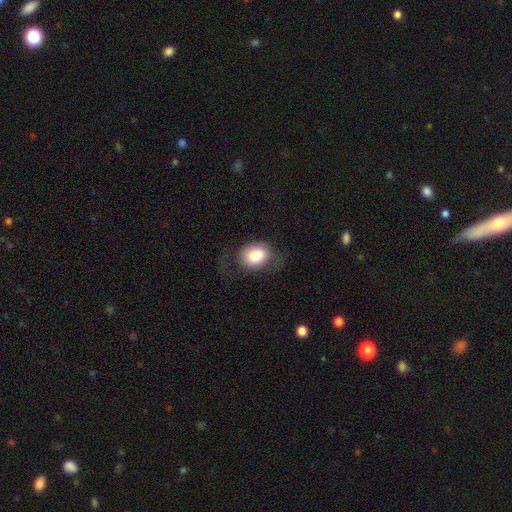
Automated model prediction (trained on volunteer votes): Smooth or featured: smooth — 84% (featured or disk — 9%)
How rounded: in between — 62% (round — 37%)
Merging: none — 62% (minor disturbance — 22%)